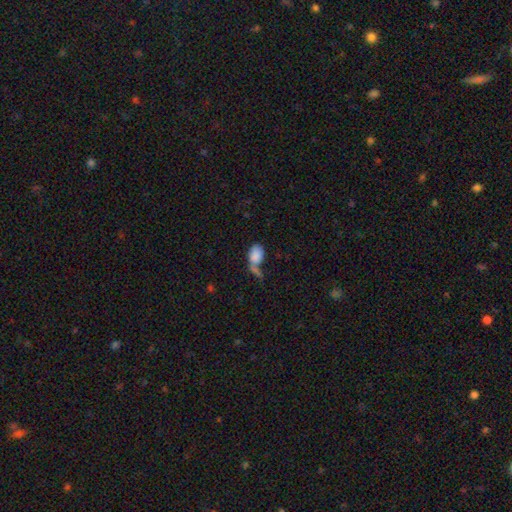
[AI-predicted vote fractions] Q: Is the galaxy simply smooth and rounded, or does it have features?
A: smooth — 80%.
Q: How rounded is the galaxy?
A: in between — 84%.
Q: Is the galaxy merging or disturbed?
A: merger — 37%.